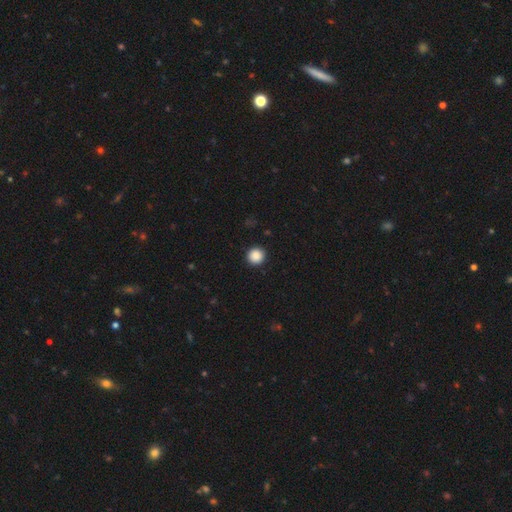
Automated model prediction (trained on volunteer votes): Morphology: type=smooth (88%); roundness=round (95%); merging=none (93%).